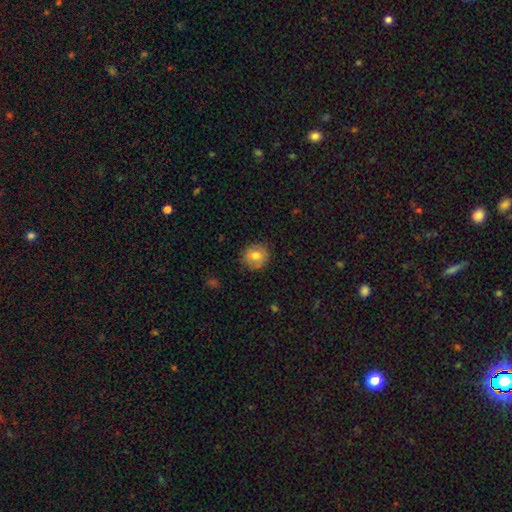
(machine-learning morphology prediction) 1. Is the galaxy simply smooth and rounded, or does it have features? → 74% smooth, 17% featured or disk, 9% star or artifact.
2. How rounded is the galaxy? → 87% round, 12% in between, 1% cigar-shaped.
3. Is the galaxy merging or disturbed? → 84% none, 12% minor disturbance, 3% major disturbance, 1% merger.